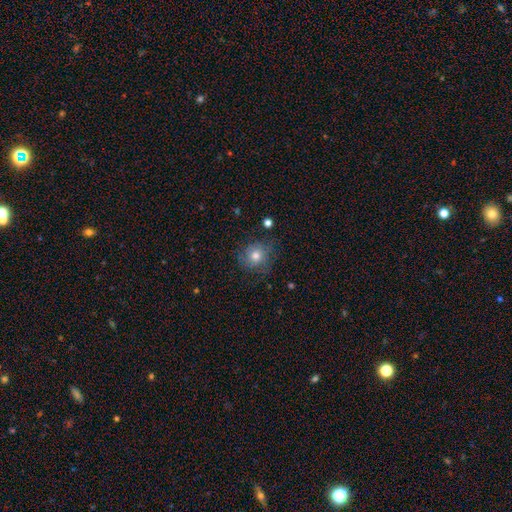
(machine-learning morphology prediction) The model was most divided on "smooth or featured": smooth: 69%, featured or disk: 20%, star or artifact: 12%. More confident: how rounded — round (85%); merging — none (70%).